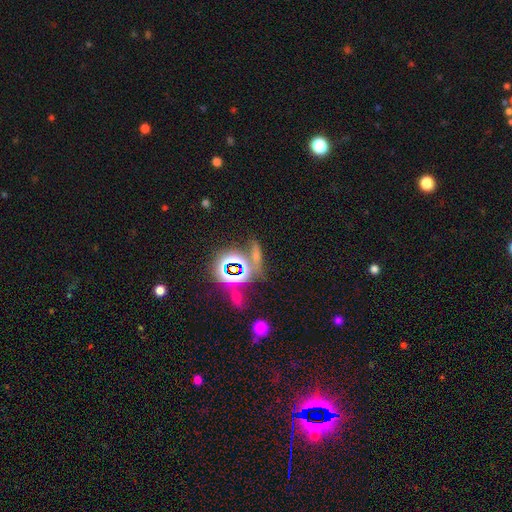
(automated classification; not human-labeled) Smooth or featured? Predicted: star or artifact (p=0.58).